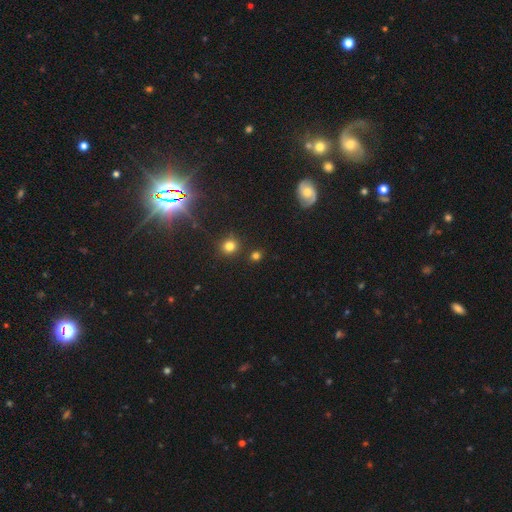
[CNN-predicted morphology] Smooth or featured?
  - smooth: 72% *
  - star or artifact: 22%
  - featured or disk: 6%
How rounded?
  - round: 85% *
  - in between: 14%
  - cigar-shaped: 1%
Merging?
  - none: 82% *
  - minor disturbance: 8%
  - merger: 7%
  - major disturbance: 3%